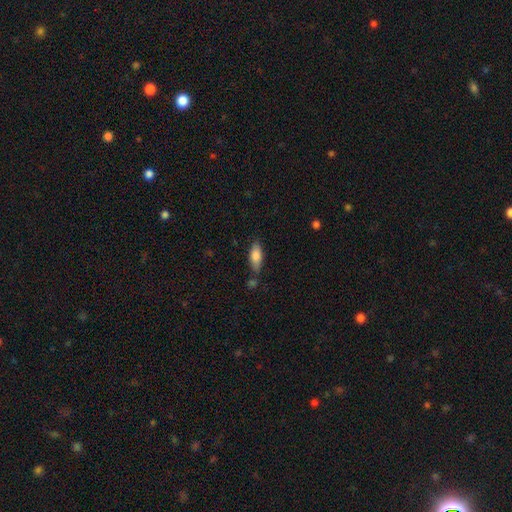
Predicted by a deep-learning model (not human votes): smooth 77%, featured or disk 16%, star or artifact 6%. Down the decision tree: how rounded — in between (72%); merging — none (71%).